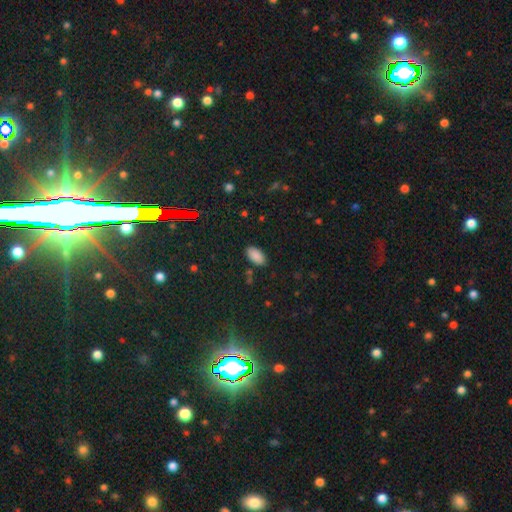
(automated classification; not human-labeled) Overall: smooth (86%). How rounded: in between (95%). Merging: none (87%).